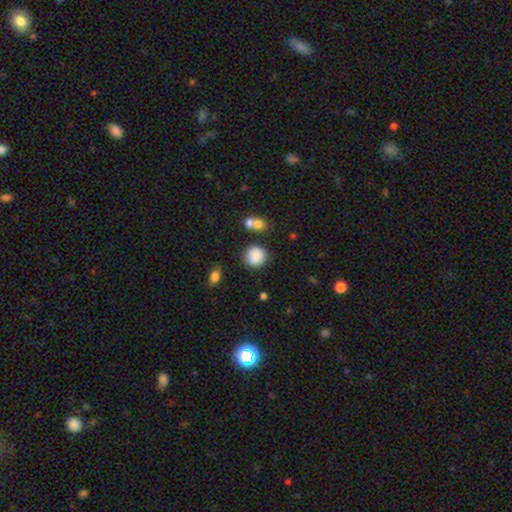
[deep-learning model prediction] A smooth galaxy with no disk features (84%) that is round (88%). Merging: none (74%).